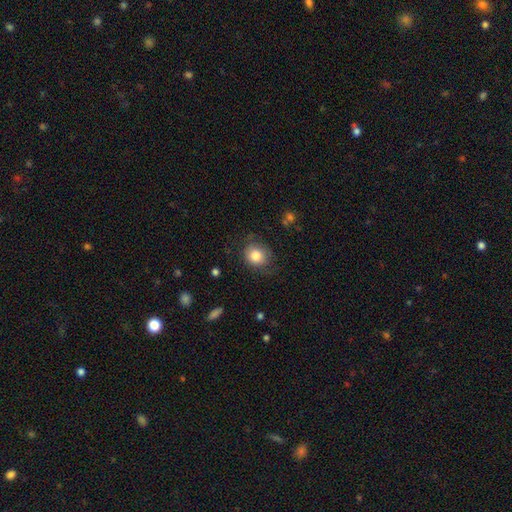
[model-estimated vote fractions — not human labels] Smooth or featured? Predicted: smooth (p=0.82). How rounded? Predicted: round (p=0.74). Merging? Predicted: none (p=0.70).